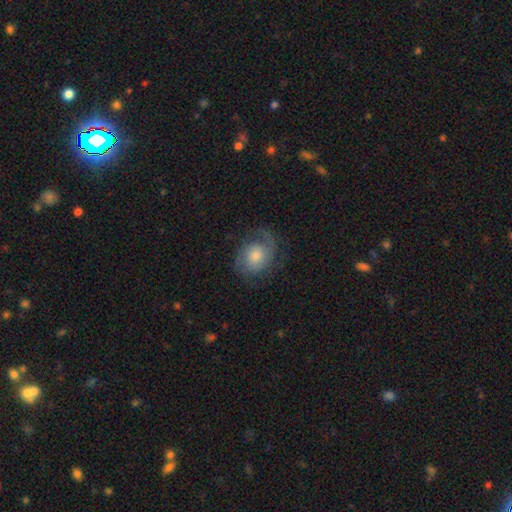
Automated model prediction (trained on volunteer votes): featured or disk 67%, smooth 25%, star or artifact 8%. Down the decision tree: edge-on disk — no (97%); bar — no (73%); spiral arms — yes (92%); spiral arm count — 2 (58%); spiral winding — medium (42%); bulge size — moderate (50%); merging — none (68%).